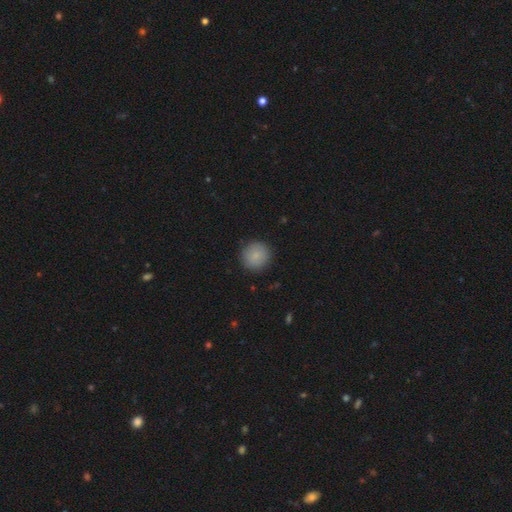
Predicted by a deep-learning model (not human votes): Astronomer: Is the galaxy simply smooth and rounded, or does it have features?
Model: smooth — 86%.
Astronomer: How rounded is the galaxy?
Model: round — 94%.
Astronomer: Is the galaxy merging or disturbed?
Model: none — 90%.